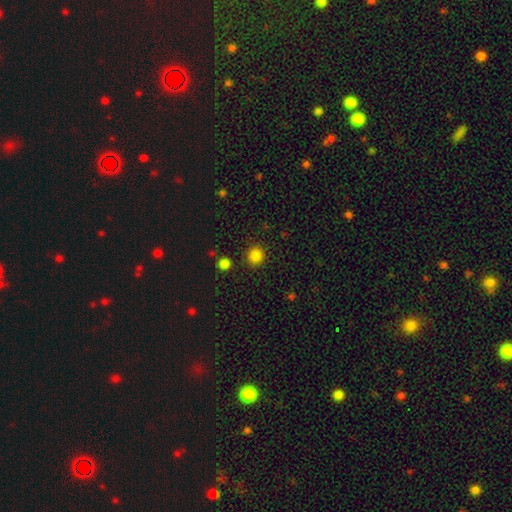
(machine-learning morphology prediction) Overall: smooth (85%). How rounded: round (91%). Merging: none (89%).